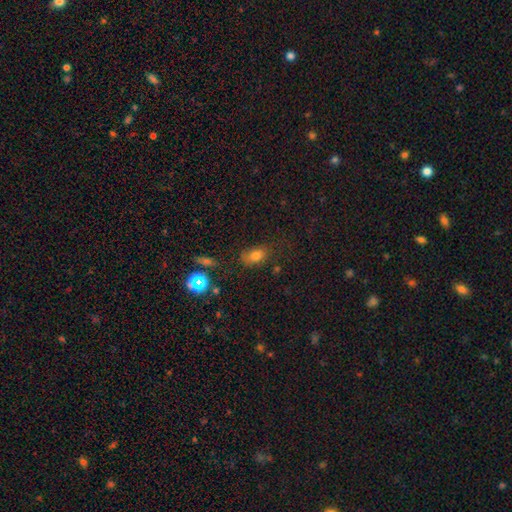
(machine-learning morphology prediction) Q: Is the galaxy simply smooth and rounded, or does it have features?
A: smooth — 75%.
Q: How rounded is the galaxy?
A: in between — 81%.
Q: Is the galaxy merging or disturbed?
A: none — 65%.